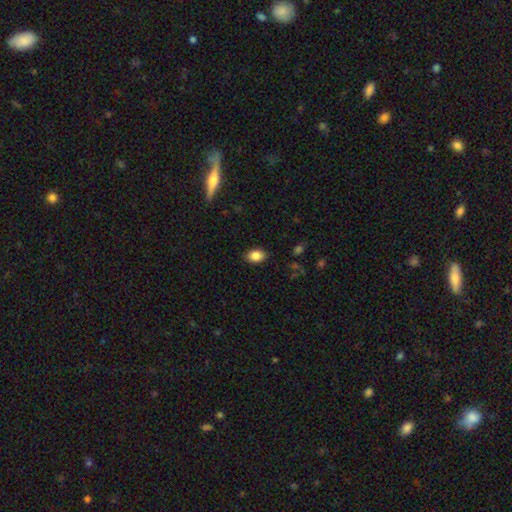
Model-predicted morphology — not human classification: Smooth or featured? Predicted: smooth (p=0.86). How rounded? Predicted: in between (p=0.82). Merging? Predicted: none (p=0.87).